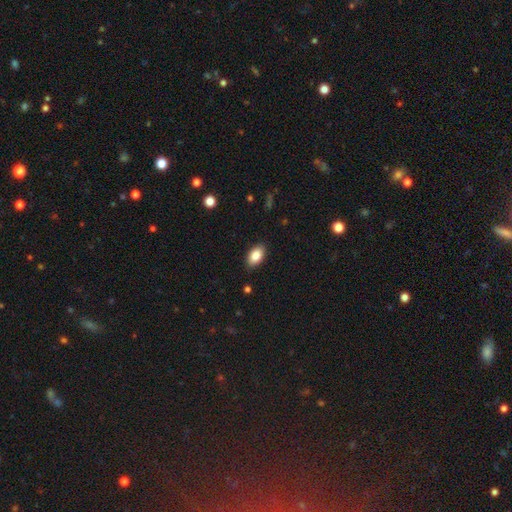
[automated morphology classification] A smooth galaxy with no disk features (86%) that is in between round and cigar-shaped (92%). Merging: none (87%).